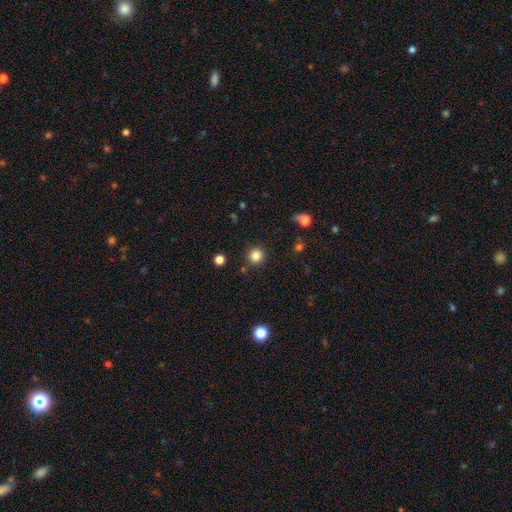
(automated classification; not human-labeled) smooth-or-featured: smooth: 83% | star or artifact: 12% | featured or disk: 5%
  how-rounded: round: 93% | in between: 6% | cigar-shaped: 1%
  merging: none: 89% | minor disturbance: 6% | merger: 3% | major disturbance: 2%